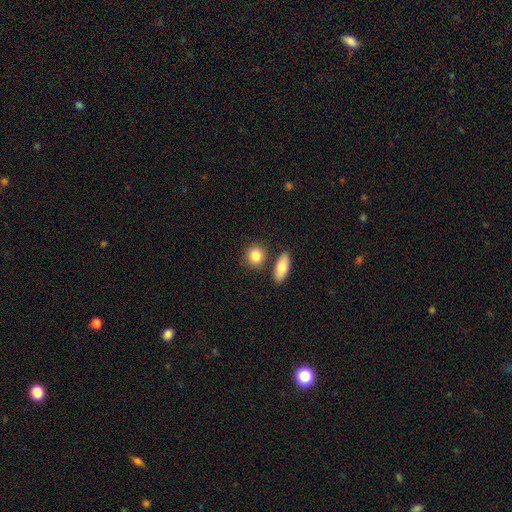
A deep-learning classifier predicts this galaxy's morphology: Smooth or featured: smooth — 84% (featured or disk — 9%)
How rounded: round — 66% (in between — 31%)
Merging: none — 75% (merger — 14%)